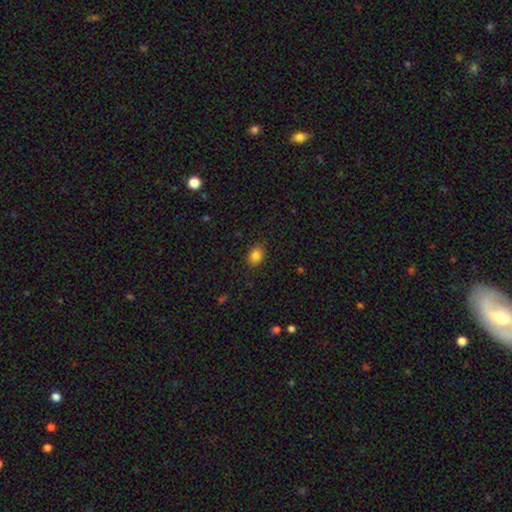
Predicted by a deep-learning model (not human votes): Smooth or featured: smooth — 85% (star or artifact — 11%)
How rounded: in between — 55% (round — 44%)
Merging: none — 87% (minor disturbance — 10%)